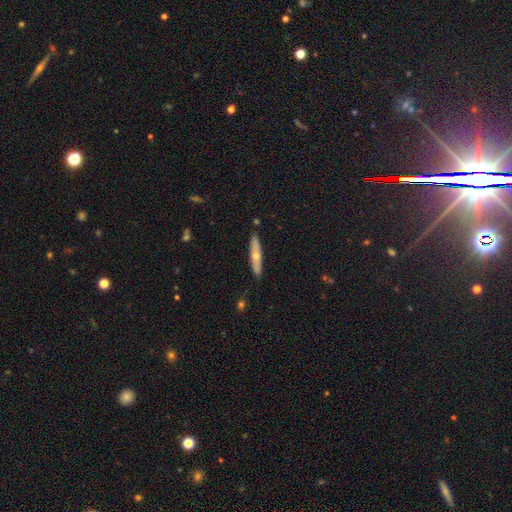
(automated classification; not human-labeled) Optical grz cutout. It shows a featured or disk galaxy (50%). Merging: none (89%).